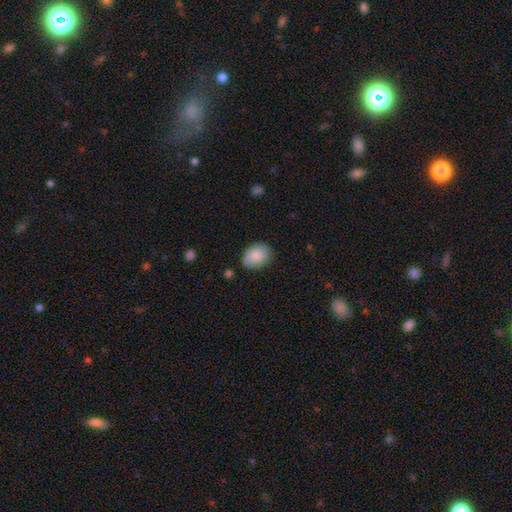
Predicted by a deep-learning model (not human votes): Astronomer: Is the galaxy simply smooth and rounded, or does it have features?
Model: smooth — 79%.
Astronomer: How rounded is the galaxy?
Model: in between — 63%.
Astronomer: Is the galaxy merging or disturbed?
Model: none — 74%.